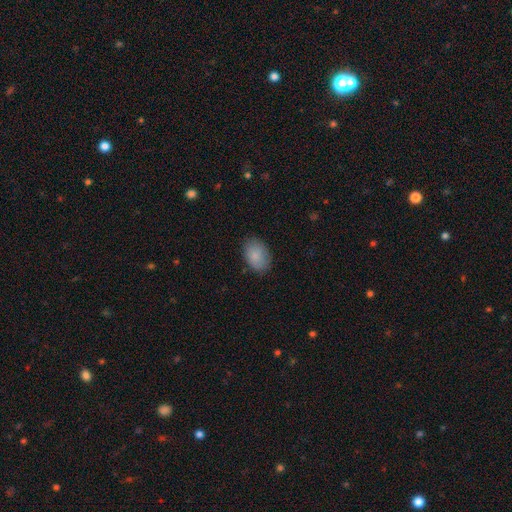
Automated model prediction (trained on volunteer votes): smooth-or-featured: smooth: 87% | star or artifact: 7% | featured or disk: 6%
  how-rounded: in between: 83% | round: 16% | cigar-shaped: 1%
  merging: none: 82% | minor disturbance: 14% | major disturbance: 3% | merger: 1%